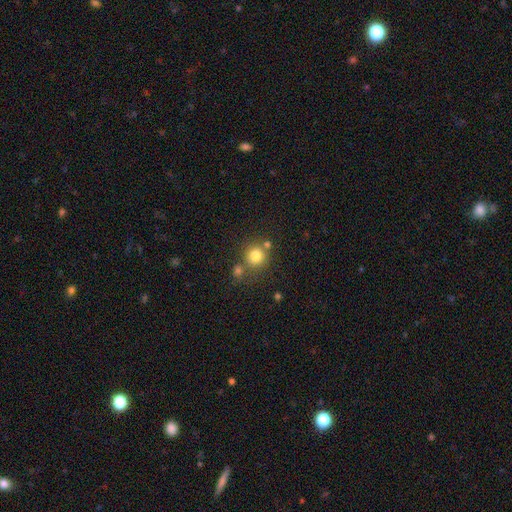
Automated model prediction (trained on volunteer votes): smooth-or-featured: smooth: 79% | star or artifact: 12% | featured or disk: 9%
  how-rounded: round: 91% | in between: 8% | cigar-shaped: 1%
  merging: none: 68% | merger: 19% | minor disturbance: 10% | major disturbance: 4%